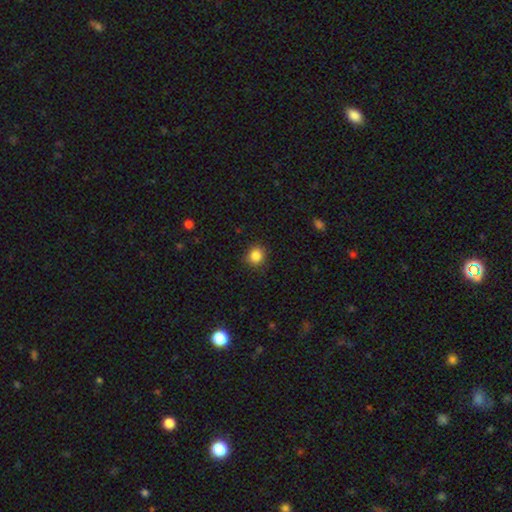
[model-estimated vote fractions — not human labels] Smooth or featured?
  - smooth: 85% *
  - star or artifact: 11%
  - featured or disk: 4%
How rounded?
  - round: 90% *
  - in between: 9%
  - cigar-shaped: 1%
Merging?
  - none: 89% *
  - minor disturbance: 8%
  - major disturbance: 2%
  - merger: 1%